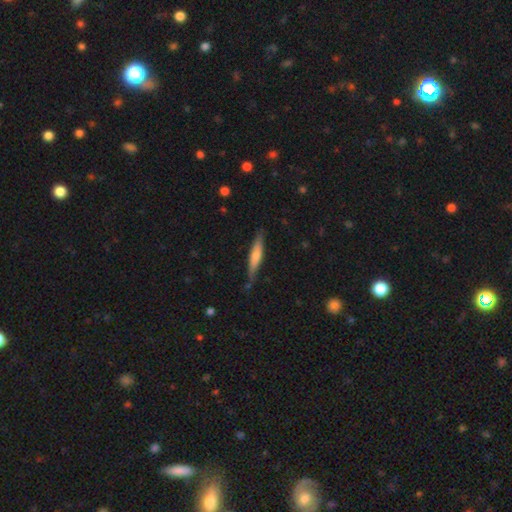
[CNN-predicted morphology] Smooth or featured?
  - smooth: 58% *
  - featured or disk: 37%
  - star or artifact: 5%
How rounded?
  - cigar-shaped: 89% *
  - in between: 10%
  - round: 1%
Merging?
  - none: 79% *
  - minor disturbance: 16%
  - major disturbance: 3%
  - merger: 2%